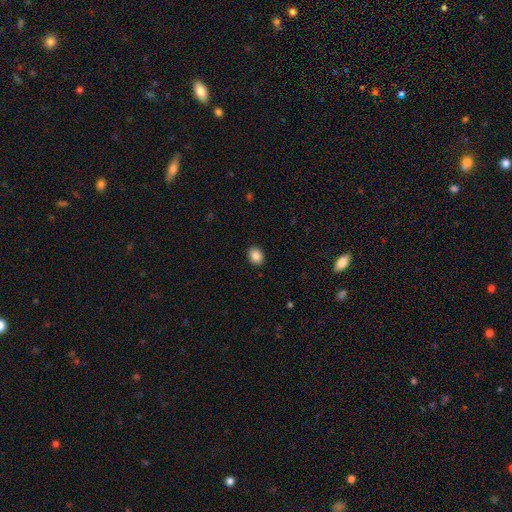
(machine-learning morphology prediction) type=smooth (86%); roundness=in between (52%); merging=none (91%).